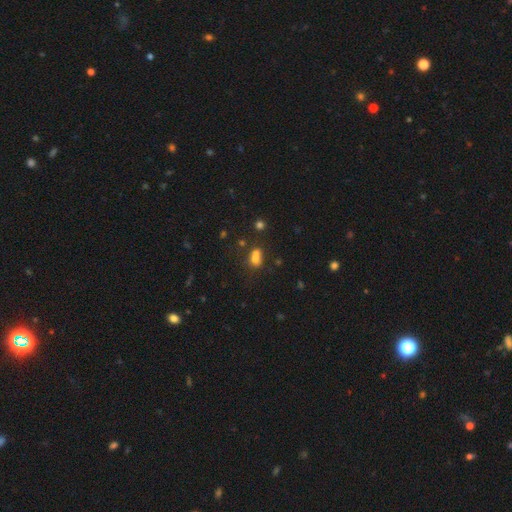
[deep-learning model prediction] Overall: smooth (69%). How rounded: in between (60%; round 36%). Merging: merger (45%; none 35%).